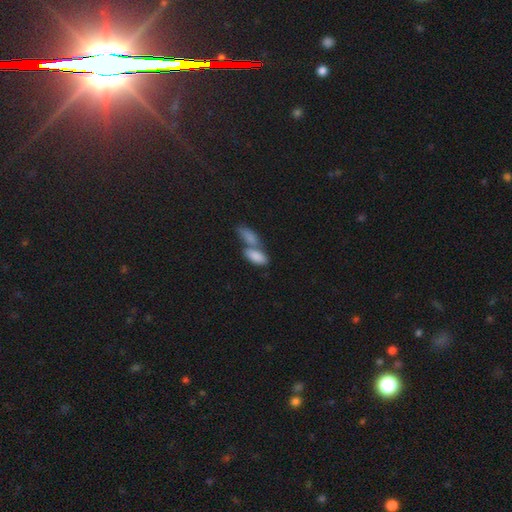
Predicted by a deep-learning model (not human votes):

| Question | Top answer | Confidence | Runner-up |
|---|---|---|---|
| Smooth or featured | smooth | 83% | featured or disk (10%) |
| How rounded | in between | 87% | cigar-shaped (10%) |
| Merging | merger | 59% | none (28%) |